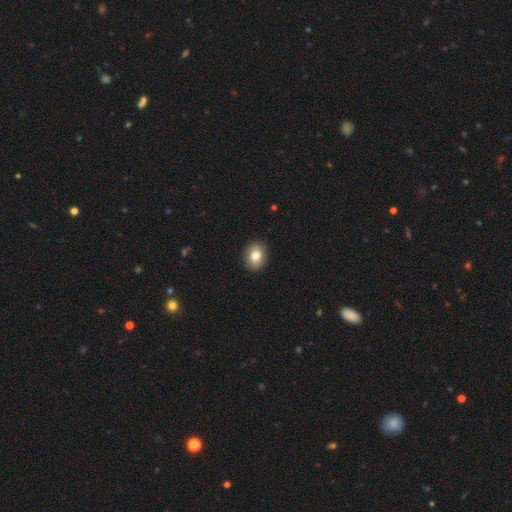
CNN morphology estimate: A smooth galaxy with no disk features (82%) that is in between round and cigar-shaped (53%). Merging: none (91%).